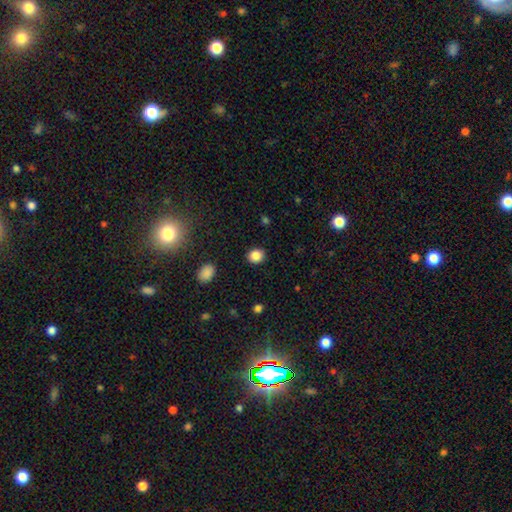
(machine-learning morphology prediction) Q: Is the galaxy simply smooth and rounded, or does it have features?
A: smooth — 85%.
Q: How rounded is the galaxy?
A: round — 79%.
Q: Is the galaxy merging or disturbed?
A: none — 90%.